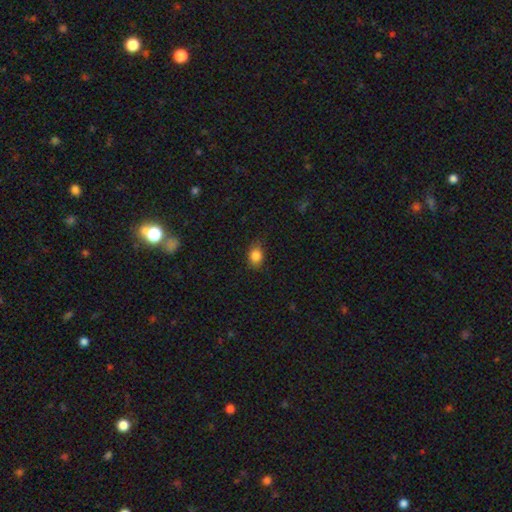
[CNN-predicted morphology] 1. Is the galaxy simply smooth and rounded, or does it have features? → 84% smooth, 10% star or artifact, 6% featured or disk.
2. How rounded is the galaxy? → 59% in between, 40% round, 1% cigar-shaped.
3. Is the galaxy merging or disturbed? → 76% none, 19% minor disturbance, 4% major disturbance, 1% merger.